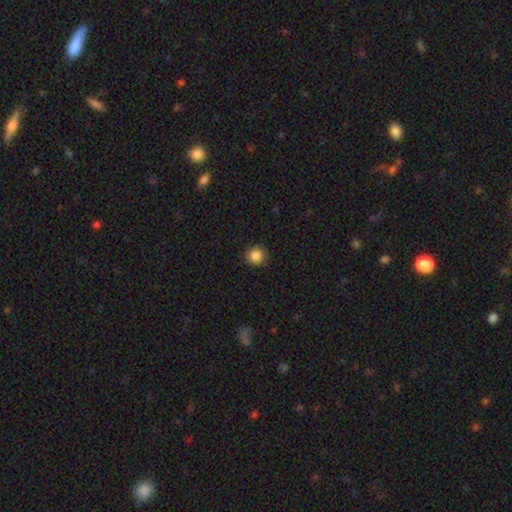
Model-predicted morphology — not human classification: smooth 86%, star or artifact 10%, featured or disk 4%. Down the decision tree: how rounded — round (94%); merging — none (91%).